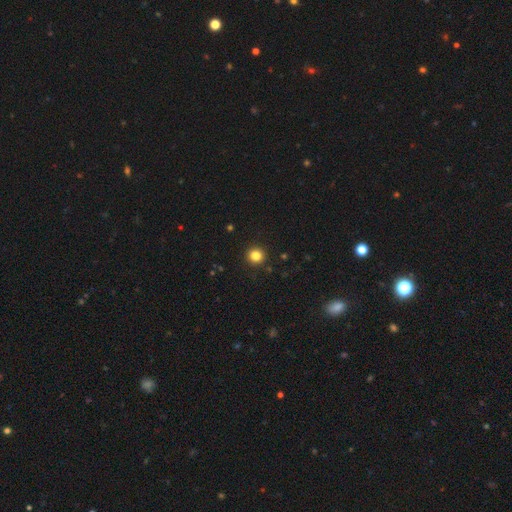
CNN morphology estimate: smooth_or_featured: smooth (p=0.83) [alt: star or artifact p=0.13]
how_rounded: round (p=0.93) [alt: in between p=0.06]
merging: none (p=0.93) [alt: minor disturbance p=0.05]